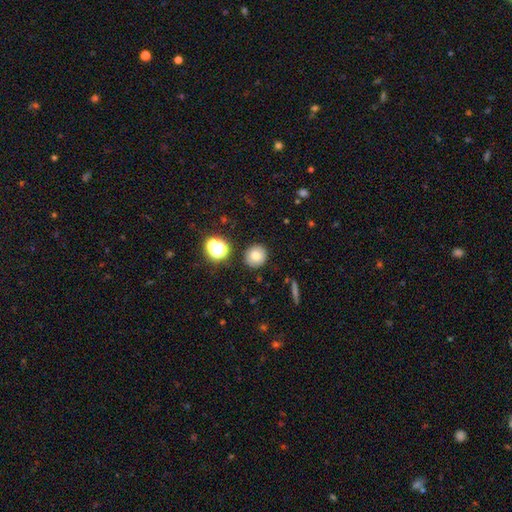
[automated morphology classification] smooth-or-featured: smooth: 75% | star or artifact: 14% | featured or disk: 11%
  how-rounded: round: 87% | in between: 12% | cigar-shaped: 1%
  merging: none: 88% | minor disturbance: 7% | merger: 3% | major disturbance: 2%